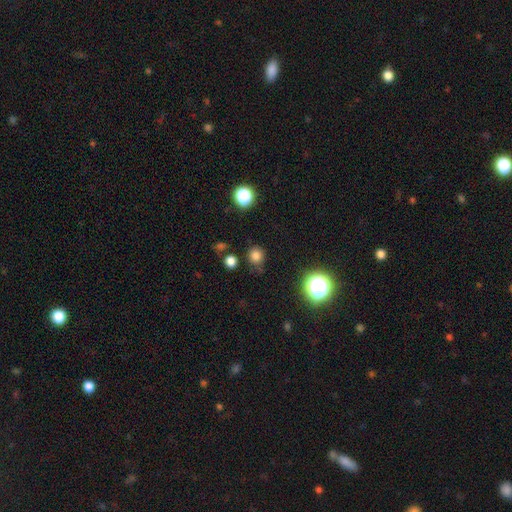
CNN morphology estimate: Smooth or featured? smooth (78%)
How rounded? round (88%)
Merging? none (81%)